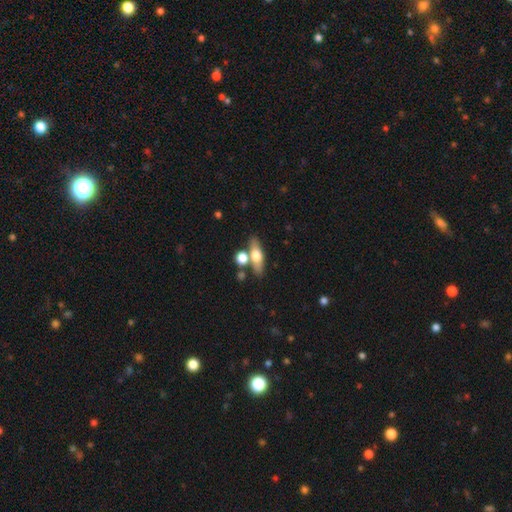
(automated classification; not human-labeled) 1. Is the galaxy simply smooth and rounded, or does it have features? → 54% smooth, 38% featured or disk, 8% star or artifact.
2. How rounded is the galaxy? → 46% in between, 44% cigar-shaped, 9% round.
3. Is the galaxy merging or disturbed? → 67% none, 18% merger, 11% minor disturbance, 4% major disturbance.